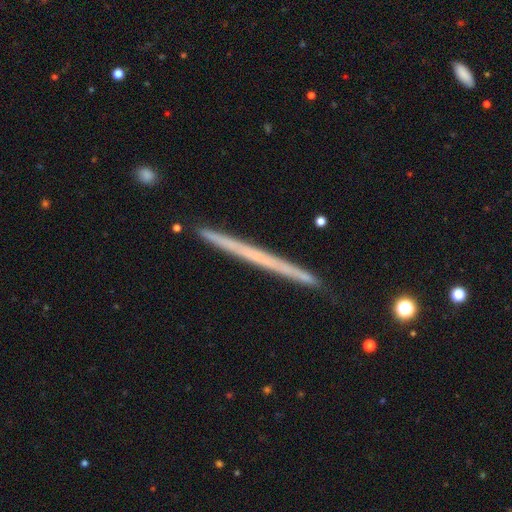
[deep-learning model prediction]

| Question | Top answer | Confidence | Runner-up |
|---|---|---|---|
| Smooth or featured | featured or disk | 56% | smooth (38%) |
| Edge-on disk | yes | 98% | no (2%) |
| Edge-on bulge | none | 93% | rounded (5%) |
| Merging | none | 91% | minor disturbance (7%) |